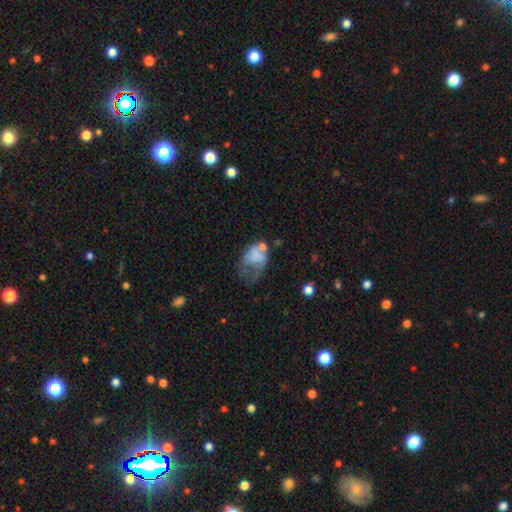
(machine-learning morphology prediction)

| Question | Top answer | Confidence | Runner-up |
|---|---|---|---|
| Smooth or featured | smooth | 52% | featured or disk (36%) |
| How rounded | in between | 80% | round (19%) |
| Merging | major disturbance | 50% | minor disturbance (19%) |